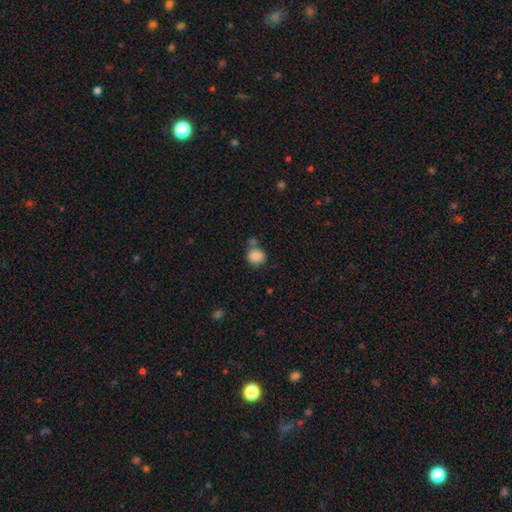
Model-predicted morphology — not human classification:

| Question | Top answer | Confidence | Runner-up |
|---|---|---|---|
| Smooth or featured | smooth | 87% | star or artifact (9%) |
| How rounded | round | 80% | in between (19%) |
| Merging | none | 59% | merger (21%) |